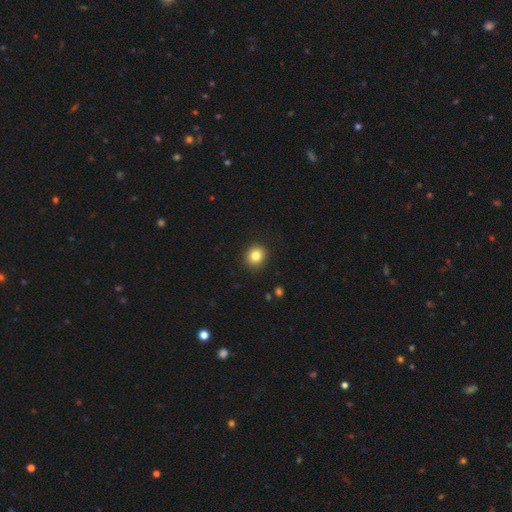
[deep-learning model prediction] This appears to be a smooth galaxy with no disk features (83%) that is round (87%). Merging: none (92%).